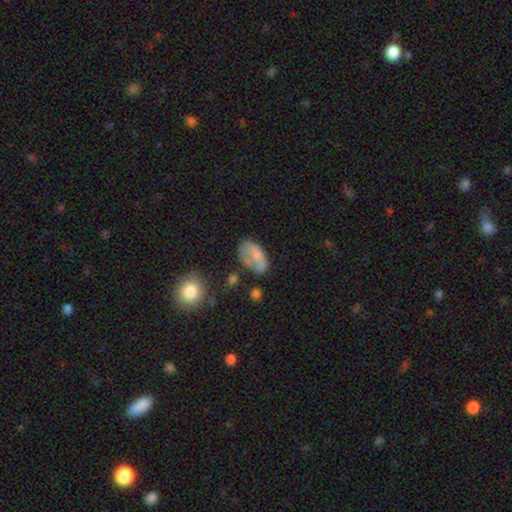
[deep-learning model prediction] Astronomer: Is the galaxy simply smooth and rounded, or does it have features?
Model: smooth — 67%.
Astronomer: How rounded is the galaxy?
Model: in between — 91%.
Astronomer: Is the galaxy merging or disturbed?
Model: none — 43% (runner-up: minor disturbance, 30%).